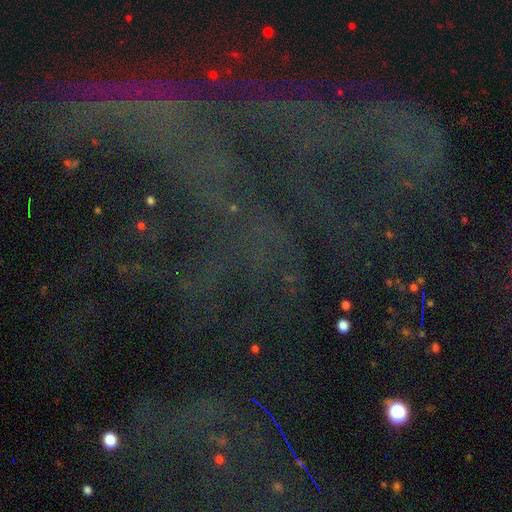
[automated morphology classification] This is likely a star or artifact rather than a galaxy (76%).